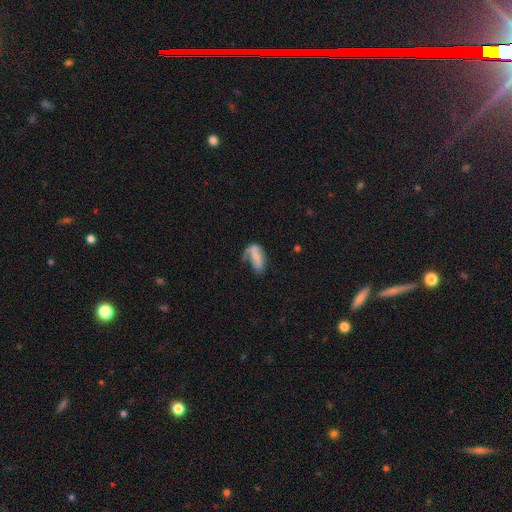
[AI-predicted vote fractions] Smooth or featured: smooth — 61% (featured or disk — 29%)
How rounded: in between — 81% (cigar-shaped — 15%)
Merging: major disturbance — 33% (none — 27%)